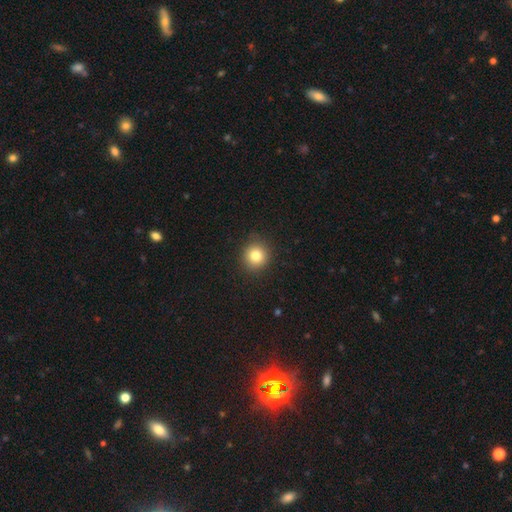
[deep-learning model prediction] A smooth galaxy with no disk features (81%) that is round (90%).

Vote fractions:
- Smooth or featured? smooth: 81% / star or artifact: 11% / featured or disk: 8%
- How rounded? round: 90% / in between: 9% / cigar-shaped: 1%
- Merging? none: 89% / minor disturbance: 8% / major disturbance: 2% / merger: 1%